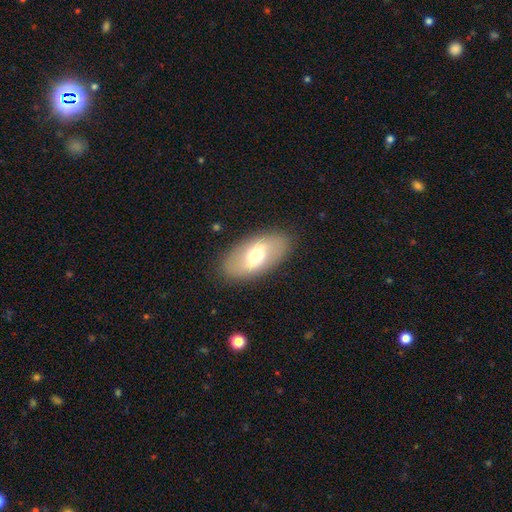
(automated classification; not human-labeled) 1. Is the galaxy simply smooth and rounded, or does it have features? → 48% smooth, 45% featured or disk, 7% star or artifact.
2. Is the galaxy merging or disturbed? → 85% none, 10% minor disturbance, 4% major disturbance, 1% merger.